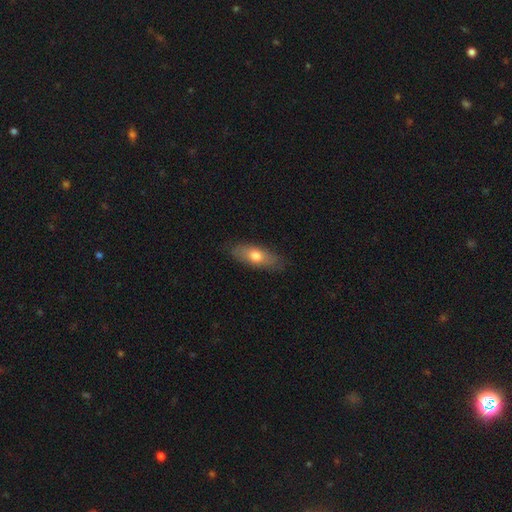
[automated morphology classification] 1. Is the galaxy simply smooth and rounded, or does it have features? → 68% smooth, 26% featured or disk, 6% star or artifact.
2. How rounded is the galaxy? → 74% in between, 22% cigar-shaped, 4% round.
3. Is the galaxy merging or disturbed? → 80% none, 15% minor disturbance, 3% major disturbance, 1% merger.